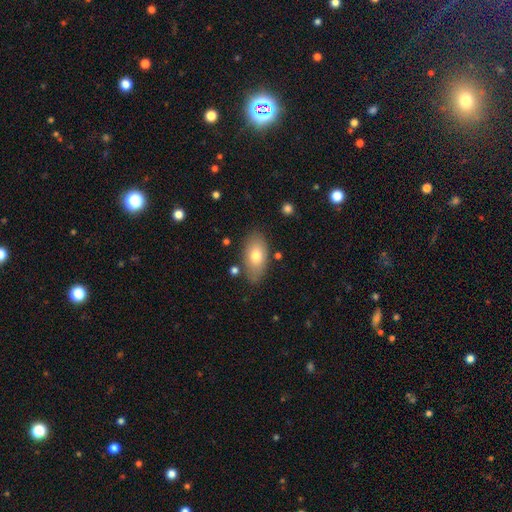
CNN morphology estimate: Smooth or featured? Predicted: smooth (p=0.74). How rounded? Predicted: in between (p=0.92). Merging? Predicted: none (p=0.79).